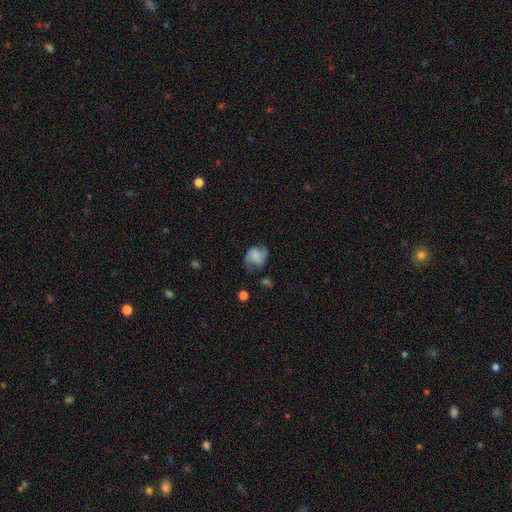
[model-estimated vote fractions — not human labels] A featured or disk galaxy (49%).

Vote fractions:
- Smooth or featured? featured or disk: 49% / smooth: 42% / star or artifact: 9%
- Merging? none: 53% / minor disturbance: 27% / major disturbance: 17% / merger: 3%